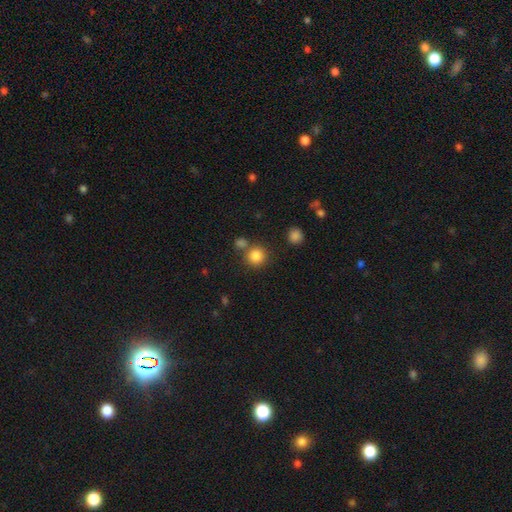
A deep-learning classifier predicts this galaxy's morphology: Q: Smooth or featured?
A: smooth (83%); runner-up: star or artifact (12%)
Q: How rounded?
A: round (91%); runner-up: in between (8%)
Q: Merging?
A: none (71%); runner-up: merger (17%)